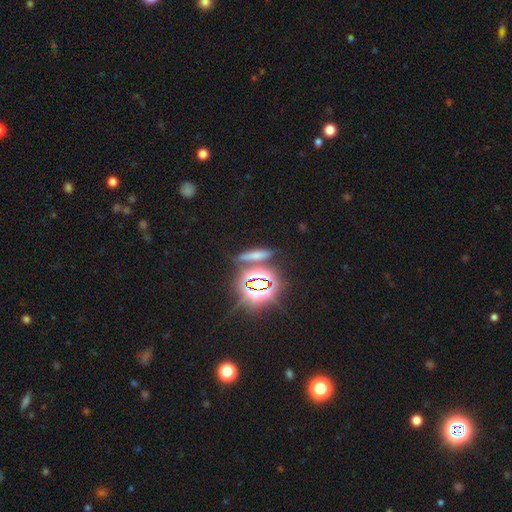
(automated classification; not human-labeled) The model was most divided on "smooth or featured": smooth: 49%, star or artifact: 36%, featured or disk: 16%. More confident: merging — none (76%).